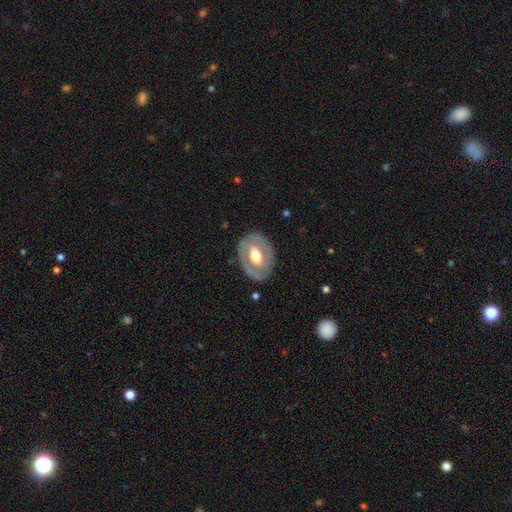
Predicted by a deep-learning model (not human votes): Morphology: type=featured or disk (60%); edge-on=no (93%); bar=no (54%); spiral arms=no (74%); bulge=moderate (61%); merging=none (81%).